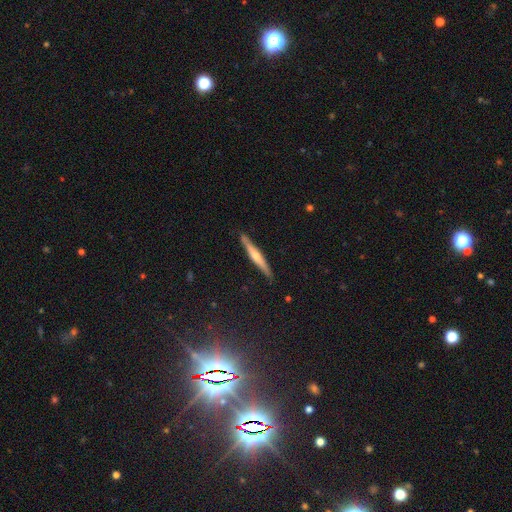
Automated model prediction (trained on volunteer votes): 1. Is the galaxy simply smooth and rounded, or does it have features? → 61% featured or disk, 33% smooth, 7% star or artifact.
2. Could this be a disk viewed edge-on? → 96% yes, 4% no.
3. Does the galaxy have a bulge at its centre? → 74% rounded, 17% none, 9% boxy.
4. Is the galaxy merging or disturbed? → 87% none, 10% minor disturbance, 2% major disturbance, 1% merger.